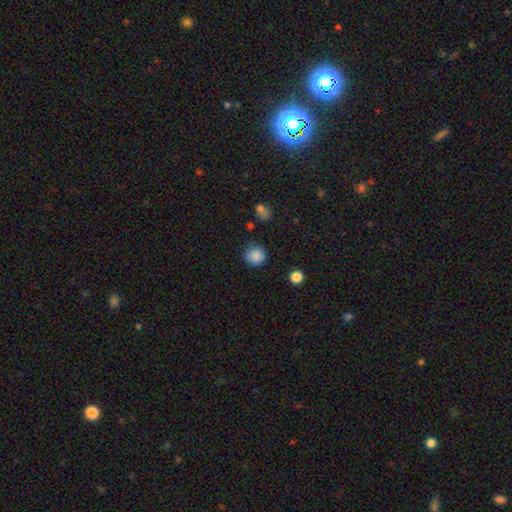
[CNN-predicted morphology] smooth 85%, star or artifact 10%, featured or disk 5%. Down the decision tree: how rounded — round (90%); merging — none (79%).